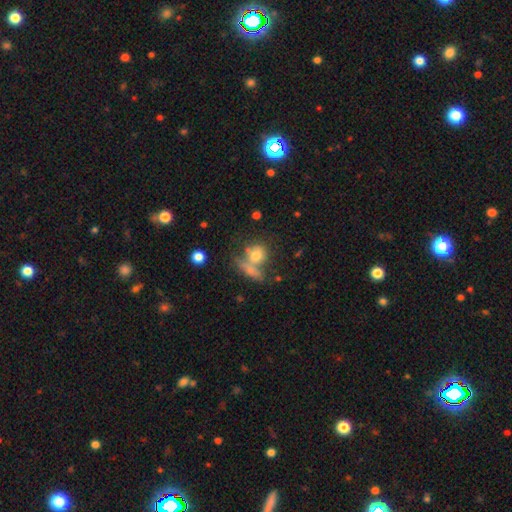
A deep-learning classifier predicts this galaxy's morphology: smooth 72%, featured or disk 18%, star or artifact 10%. Down the decision tree: how rounded — round (71%); merging — merger (39%).